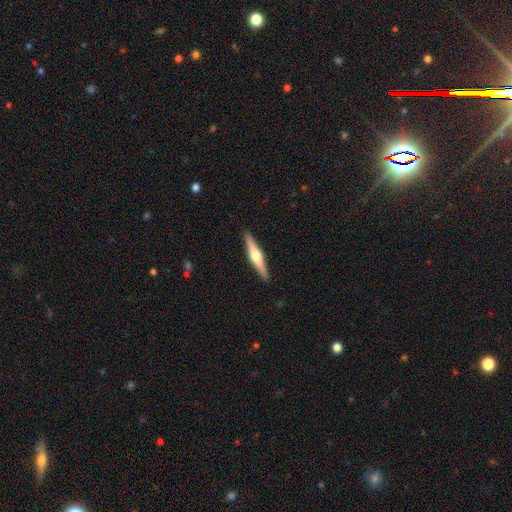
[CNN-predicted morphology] Q: Smooth or featured?
A: featured or disk (66%); runner-up: smooth (29%)
Q: Edge-on disk?
A: yes (97%); runner-up: no (3%)
Q: Edge-on bulge?
A: rounded (93%); runner-up: boxy (4%)
Q: Merging?
A: none (91%); runner-up: minor disturbance (6%)